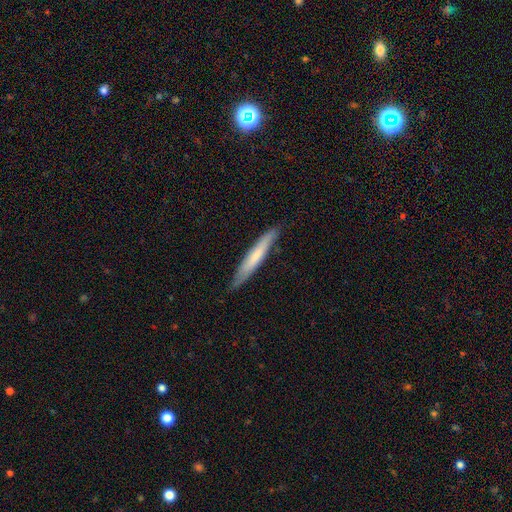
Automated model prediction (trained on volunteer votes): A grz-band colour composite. It shows a smooth galaxy with no disk features (59%) that is cigar-shaped (95%). Merging: none (84%).